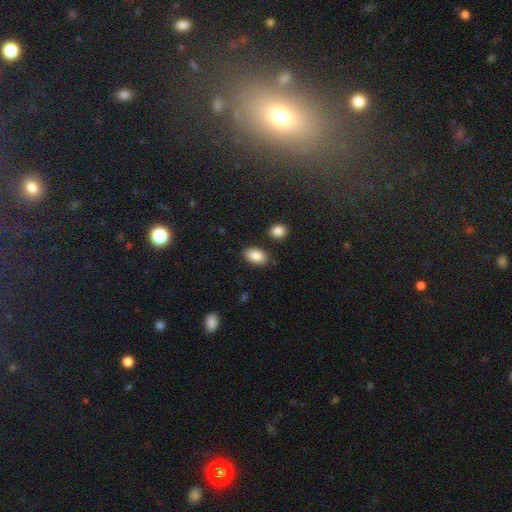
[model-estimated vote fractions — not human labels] A smooth galaxy with no disk features (88%) that is in between round and cigar-shaped (92%). Merging: none (83%).